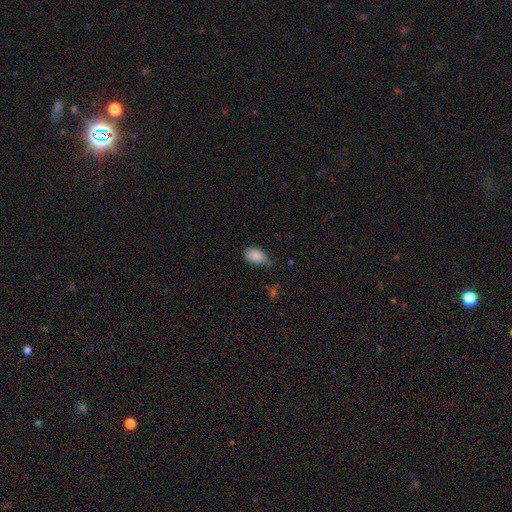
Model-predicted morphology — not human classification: This is clearly a smooth galaxy (87%). How rounded: clearly in between (87%). Merging: possibly none (55%).